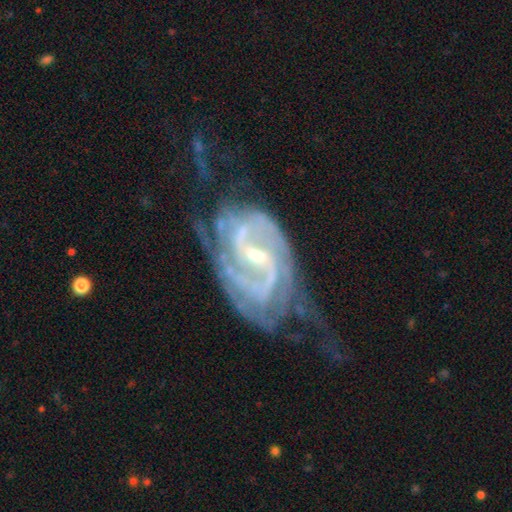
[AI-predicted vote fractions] Smooth or featured: featured or disk — 92% (star or artifact — 5%)
Edge-on disk: no — 97% (yes — 3%)
Bar: weak — 48% (strong — 33%)
Spiral arms: yes — 98% (no — 2%)
Spiral winding: medium — 45% (tight — 41%)
Spiral arm count: 2 — 70% (can't tell — 11%)
Bulge size: small — 66% (moderate — 30%)
Merging: none — 46% (minor disturbance — 26%)